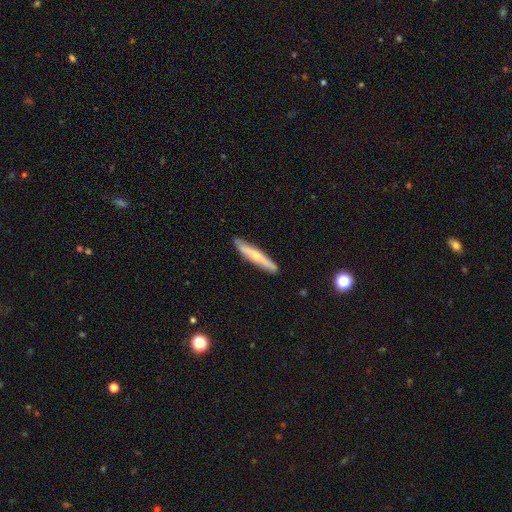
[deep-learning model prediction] A featured or disk galaxy (49%).

Vote fractions:
- Smooth or featured? featured or disk: 49% / smooth: 45% / star or artifact: 6%
- Merging? none: 86% / minor disturbance: 11% / major disturbance: 2% / merger: 1%